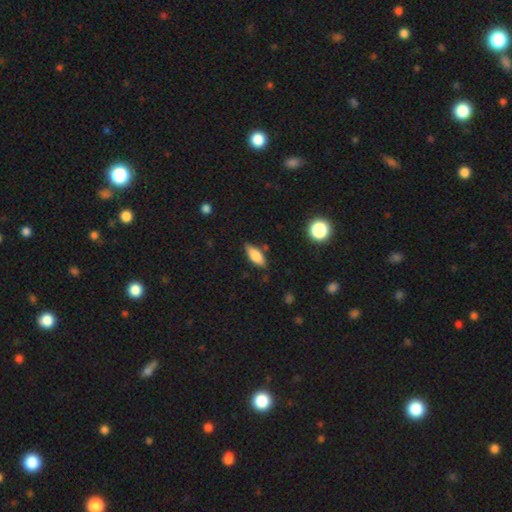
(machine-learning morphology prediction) A smooth galaxy with no disk features (78%) that is in between round and cigar-shaped (75%). Merging: none (81%).